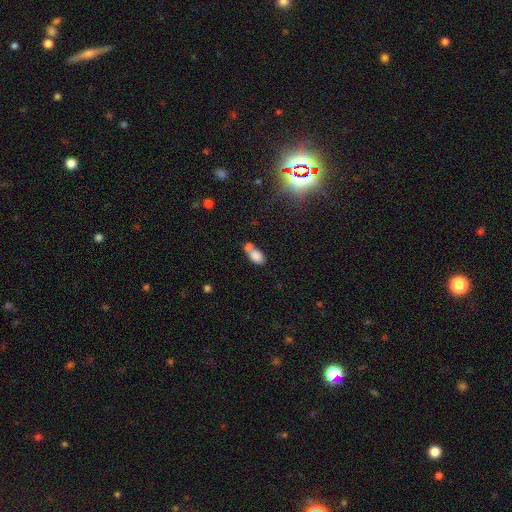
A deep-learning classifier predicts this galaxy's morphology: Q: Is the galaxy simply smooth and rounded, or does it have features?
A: smooth — 80%.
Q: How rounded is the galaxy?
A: in between — 89%.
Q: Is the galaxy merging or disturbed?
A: merger — 50%.